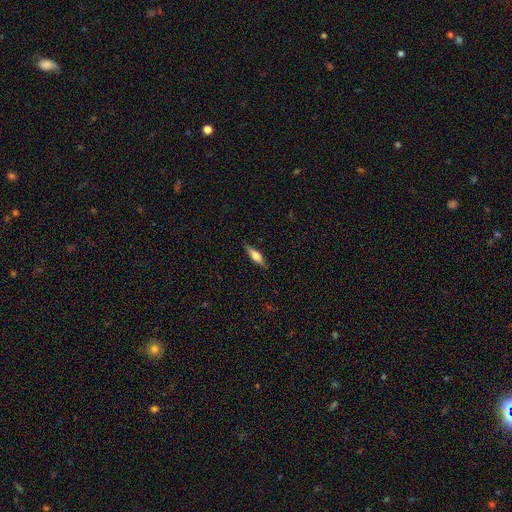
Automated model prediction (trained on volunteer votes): smooth-or-featured: smooth: 58% | featured or disk: 35% | star or artifact: 7%
  how-rounded: cigar-shaped: 60% | in between: 38% | round: 2%
  merging: none: 83% | minor disturbance: 13% | major disturbance: 3% | merger: 1%